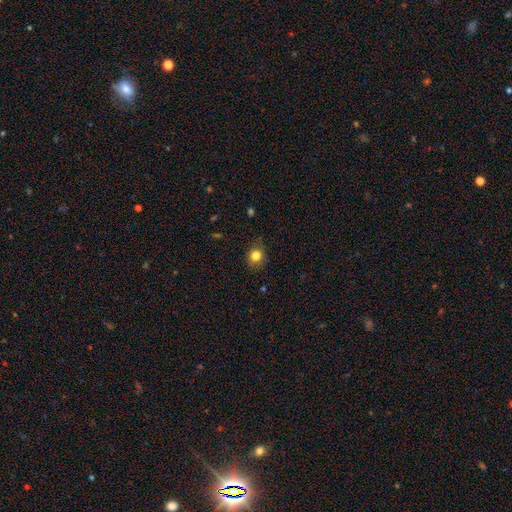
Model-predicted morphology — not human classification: Smooth or featured? Predicted: smooth (p=0.81). How rounded? Predicted: round (p=0.73). Merging? Predicted: none (p=0.80).